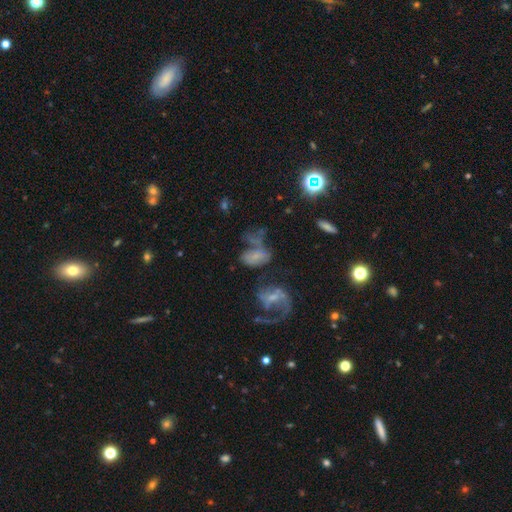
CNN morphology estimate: type=smooth (43%); merging=merger (28%, tied with none).